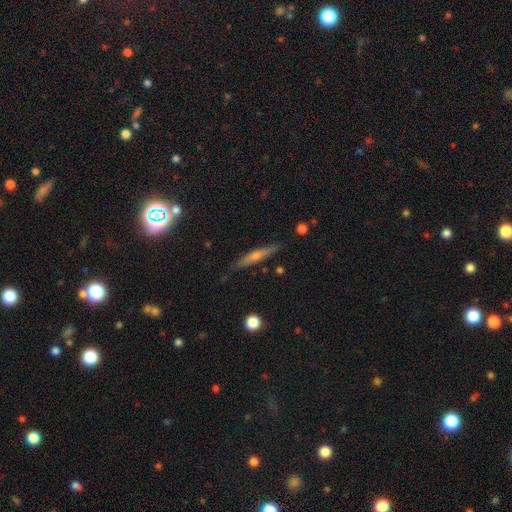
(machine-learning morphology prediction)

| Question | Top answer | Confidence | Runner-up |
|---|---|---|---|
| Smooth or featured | featured or disk | 53% | smooth (39%) |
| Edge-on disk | yes | 94% | no (6%) |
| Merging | none | 85% | minor disturbance (11%) |